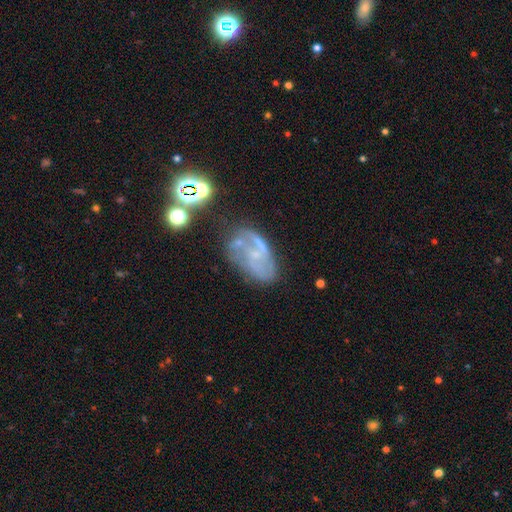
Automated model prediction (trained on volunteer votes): Morphology: type=featured or disk (67%); edge-on=no (97%); bar=no (61%); spiral arms=yes (69%); bulge=small (54%); merging=none (47%).